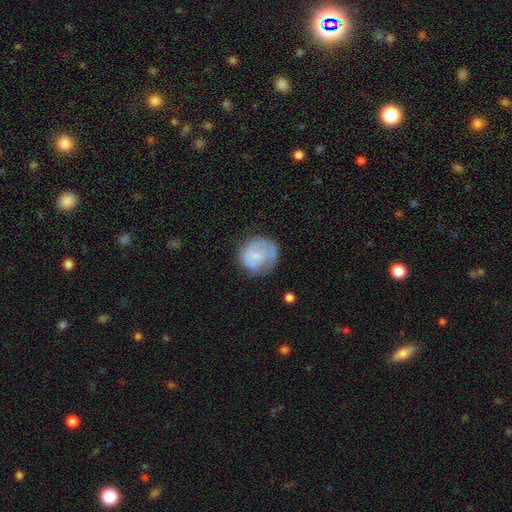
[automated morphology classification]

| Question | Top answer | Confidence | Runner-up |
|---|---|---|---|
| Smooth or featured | smooth | 50% | featured or disk (43%) |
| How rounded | round | 81% | in between (18%) |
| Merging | none | 59% | minor disturbance (25%) |